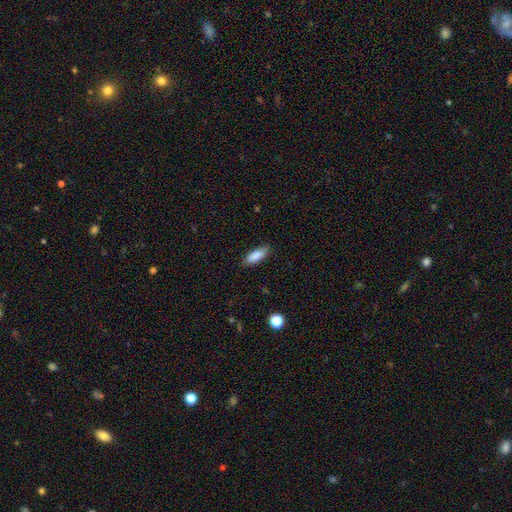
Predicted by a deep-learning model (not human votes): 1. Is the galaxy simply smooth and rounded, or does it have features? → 87% smooth, 6% star or artifact, 6% featured or disk.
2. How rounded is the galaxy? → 68% in between, 30% cigar-shaped, 2% round.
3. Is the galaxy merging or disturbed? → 85% none, 12% minor disturbance, 2% major disturbance, 1% merger.